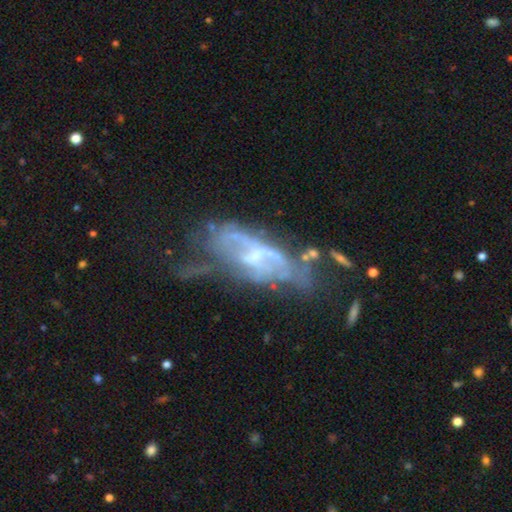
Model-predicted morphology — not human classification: Smooth or featured: featured or disk — 72% (smooth — 17%)
Edge-on disk: no — 76% (yes — 24%)
Bar: no — 55% (weak — 30%)
Spiral arms: no — 60% (yes — 40%)
Bulge size: small — 43% (moderate — 28%)
Merging: major disturbance — 33% (tied with none — 33%)